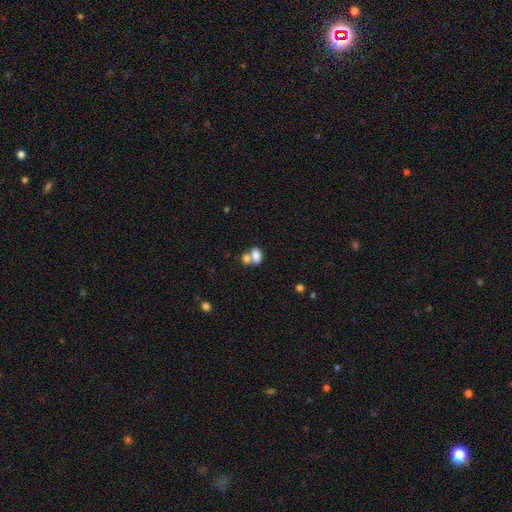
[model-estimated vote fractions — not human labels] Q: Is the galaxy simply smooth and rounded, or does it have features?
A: smooth — 80%.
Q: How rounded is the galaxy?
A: in between — 85%.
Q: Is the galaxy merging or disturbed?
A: merger — 56%.